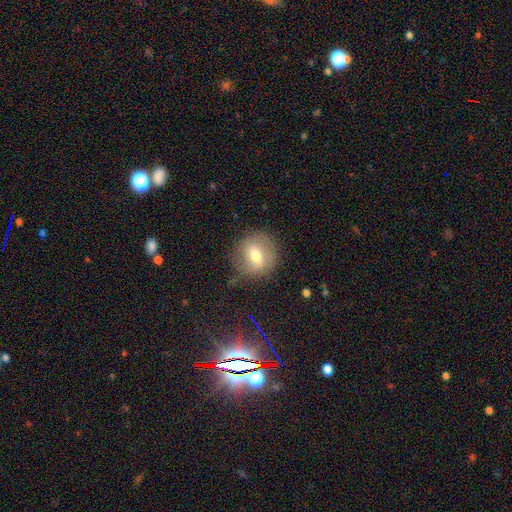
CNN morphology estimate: This is possibly a smooth galaxy (50%). How rounded: clearly round (84%). Merging: likely none (78%).